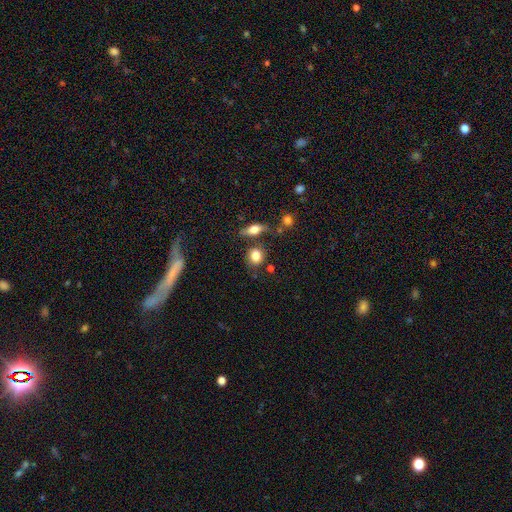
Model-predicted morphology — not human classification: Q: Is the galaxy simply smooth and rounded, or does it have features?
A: smooth — 82%.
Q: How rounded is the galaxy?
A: round — 71%.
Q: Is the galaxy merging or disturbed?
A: none — 71%.